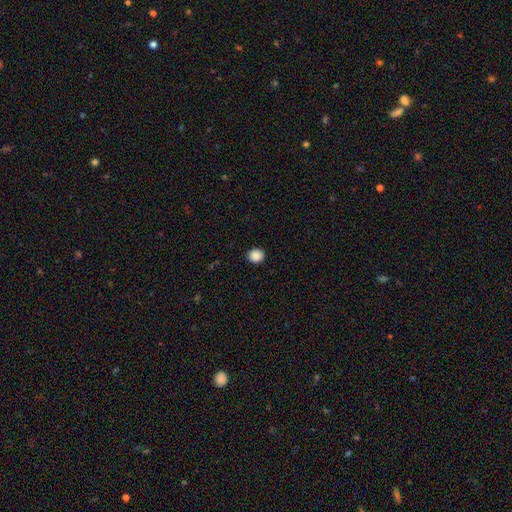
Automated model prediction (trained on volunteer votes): Overall: smooth (88%). How rounded: round (84%). Merging: none (92%).